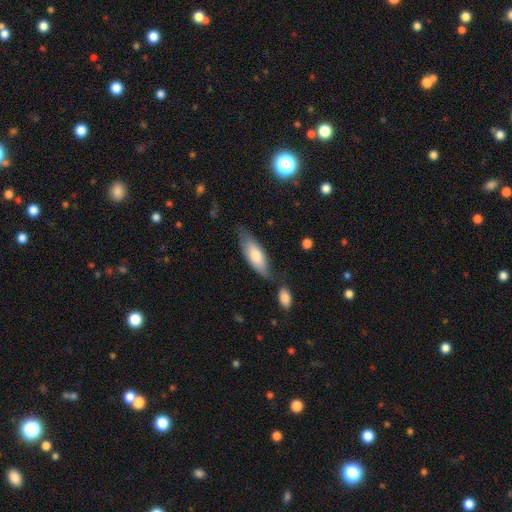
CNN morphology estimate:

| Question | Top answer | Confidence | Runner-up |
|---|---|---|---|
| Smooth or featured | smooth | 71% | featured or disk (24%) |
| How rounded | in between | 64% | cigar-shaped (35%) |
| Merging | none | 61% | minor disturbance (23%) |